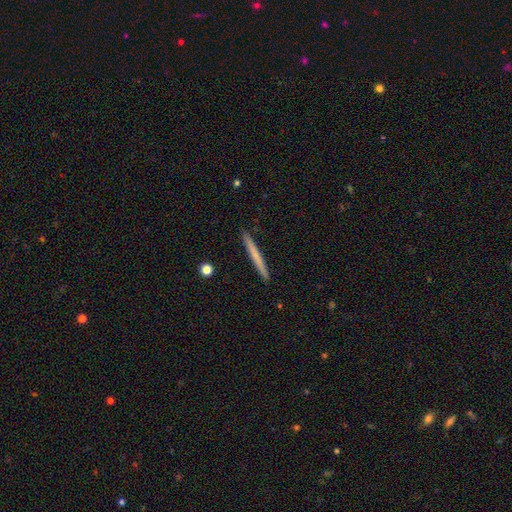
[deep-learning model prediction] smooth_or_featured: smooth (p=0.60) [alt: featured or disk p=0.34]
how_rounded: cigar-shaped (p=0.97) [alt: in between p=0.02]
merging: none (p=0.92) [alt: minor disturbance p=0.05]